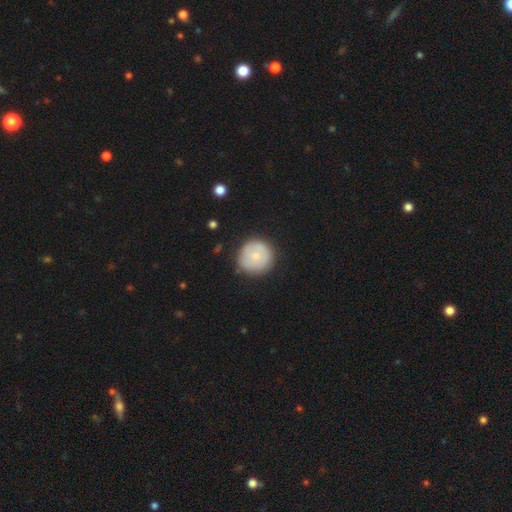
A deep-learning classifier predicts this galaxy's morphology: Smooth or featured?
  - smooth: 72% *
  - featured or disk: 22%
  - star or artifact: 7%
How rounded?
  - round: 95% *
  - in between: 4%
  - cigar-shaped: 1%
Merging?
  - none: 84% *
  - minor disturbance: 12%
  - major disturbance: 3%
  - merger: 2%